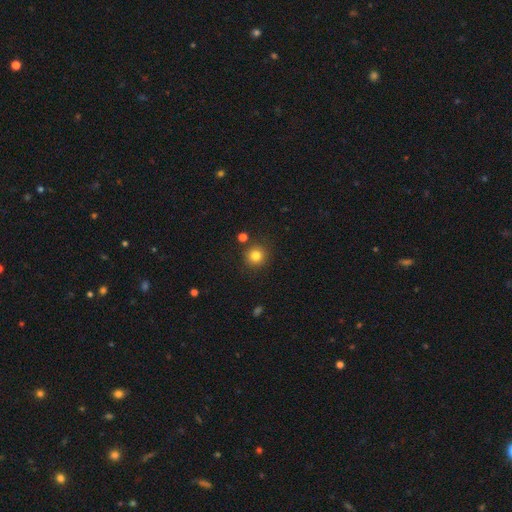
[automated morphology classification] Smooth or featured?
  - smooth: 81% *
  - star or artifact: 12%
  - featured or disk: 6%
How rounded?
  - round: 92% *
  - in between: 7%
  - cigar-shaped: 1%
Merging?
  - none: 86% *
  - minor disturbance: 7%
  - merger: 4%
  - major disturbance: 2%